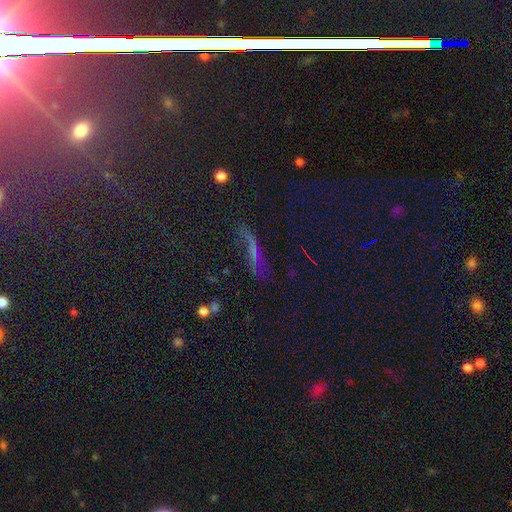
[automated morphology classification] smooth-or-featured: star or artifact: 38% | smooth: 31% | featured or disk: 31%